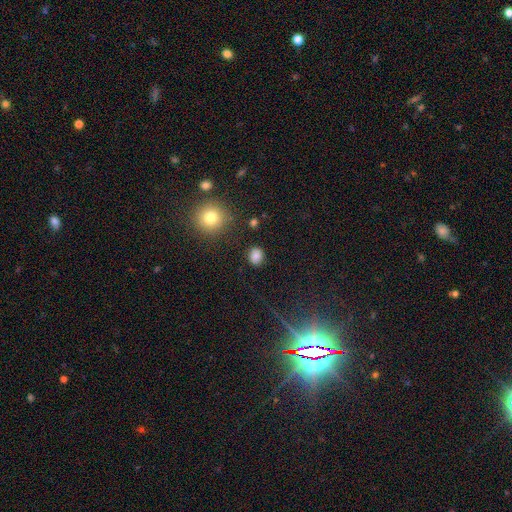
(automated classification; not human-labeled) smooth 81%, star or artifact 14%, featured or disk 6%. Down the decision tree: how rounded — round (67%); merging — none (86%).